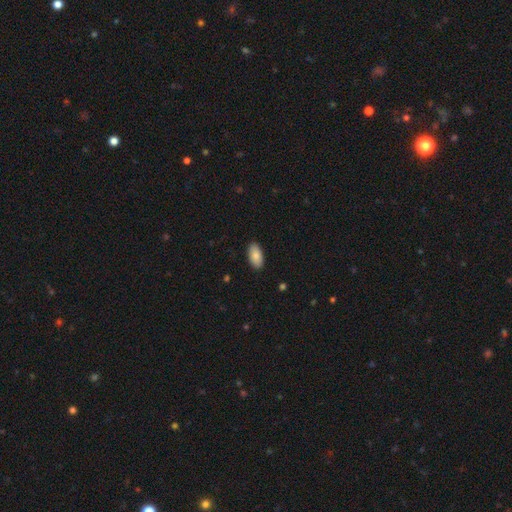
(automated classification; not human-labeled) Q: Smooth or featured?
A: smooth (85%); runner-up: featured or disk (8%)
Q: How rounded?
A: in between (94%); runner-up: cigar-shaped (4%)
Q: Merging?
A: none (89%); runner-up: minor disturbance (8%)